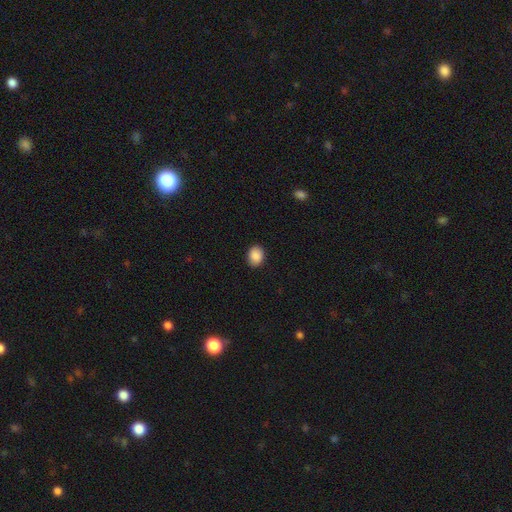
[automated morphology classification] This appears to be a smooth galaxy with no disk features (89%) that is in between round and cigar-shaped (54%). Merging: none (90%).